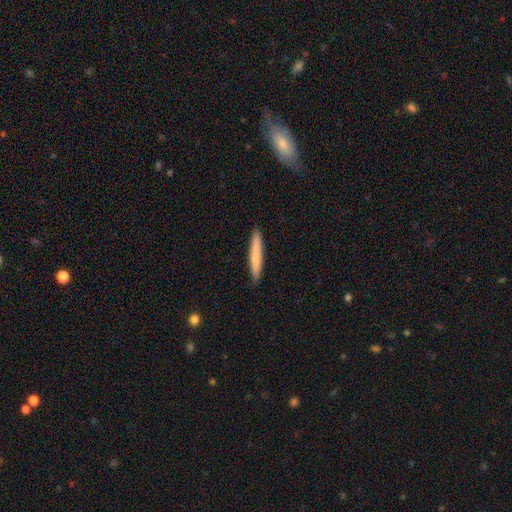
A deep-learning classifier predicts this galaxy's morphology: Smooth or featured?
  - smooth: 73% *
  - featured or disk: 21%
  - star or artifact: 5%
How rounded?
  - cigar-shaped: 95% *
  - in between: 4%
  - round: 1%
Merging?
  - none: 90% *
  - minor disturbance: 7%
  - major disturbance: 1%
  - merger: 1%